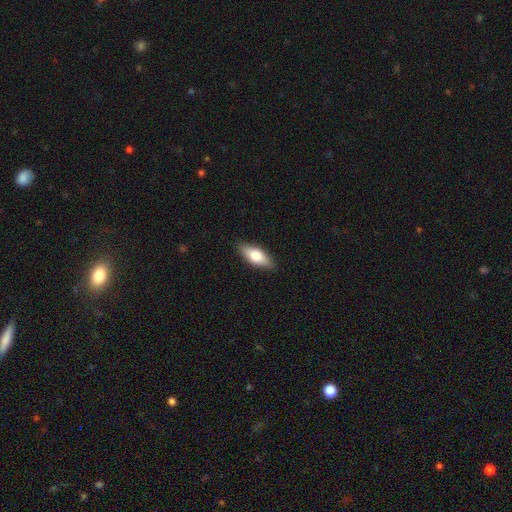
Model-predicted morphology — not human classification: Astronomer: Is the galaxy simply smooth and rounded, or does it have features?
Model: smooth — 67%.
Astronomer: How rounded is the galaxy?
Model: in between — 73%.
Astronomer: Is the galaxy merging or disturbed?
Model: none — 87%.